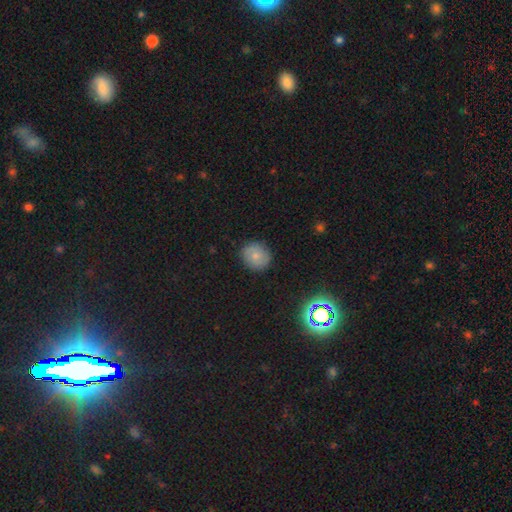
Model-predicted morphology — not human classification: Smooth or featured? smooth (73%)
How rounded? round (84%)
Merging? none (86%)